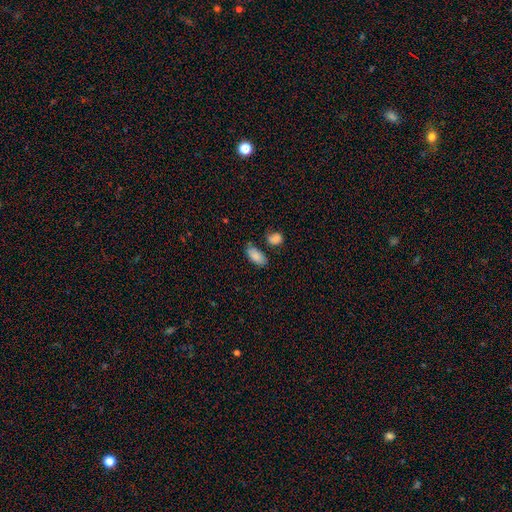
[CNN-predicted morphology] Smooth or featured?
  - smooth: 86% *
  - star or artifact: 7%
  - featured or disk: 7%
How rounded?
  - in between: 91% *
  - cigar-shaped: 5%
  - round: 3%
Merging?
  - none: 66% *
  - minor disturbance: 19%
  - merger: 10%
  - major disturbance: 5%